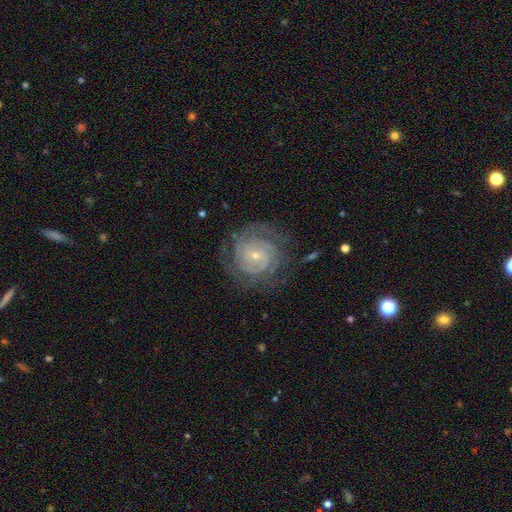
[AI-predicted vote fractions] smooth-or-featured: featured or disk: 86% | smooth: 8% | star or artifact: 6%
  disk-edge-on: no: 98% | yes: 2%
    bar: no: 70% | weak: 24% | strong: 6%
    has-spiral-arms: yes: 96% | no: 4%
      spiral-winding: tight: 75% | medium: 20% | loose: 4%
      spiral-arm-count: can't tell: 28% | 2: 26% | 3: 21% | 4: 13% | more than 4: 6% | 1: 6%
    bulge-size: small: 79% | moderate: 18% | none: 1% | large: 1% | dominant: 1%
  merging: none: 74% | minor disturbance: 16% | major disturbance: 9% | merger: 1%